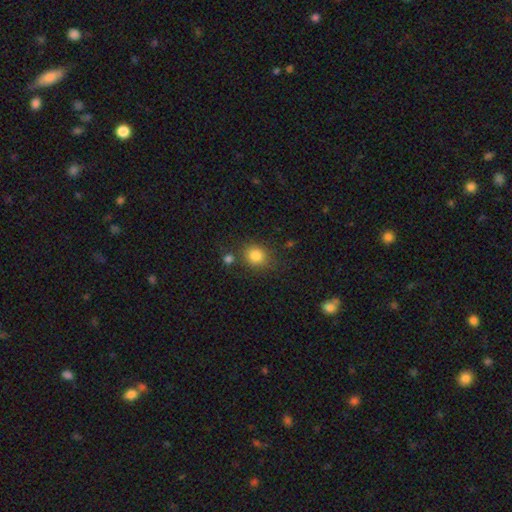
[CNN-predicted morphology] Smooth or featured? smooth (83%)
How rounded? round (72%)
Merging? none (73%)